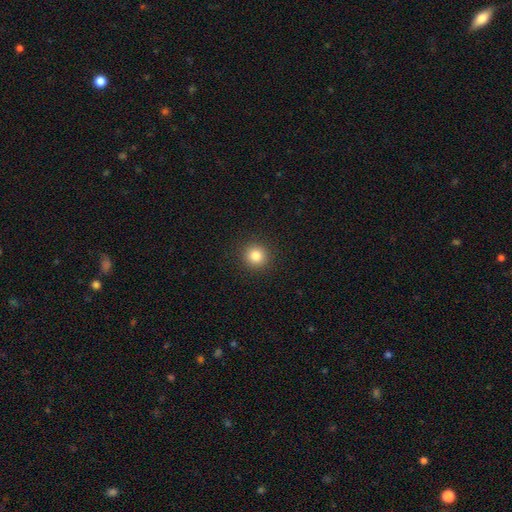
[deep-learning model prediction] smooth 84%, star or artifact 11%, featured or disk 5%. Down the decision tree: how rounded — round (93%); merging — none (92%).